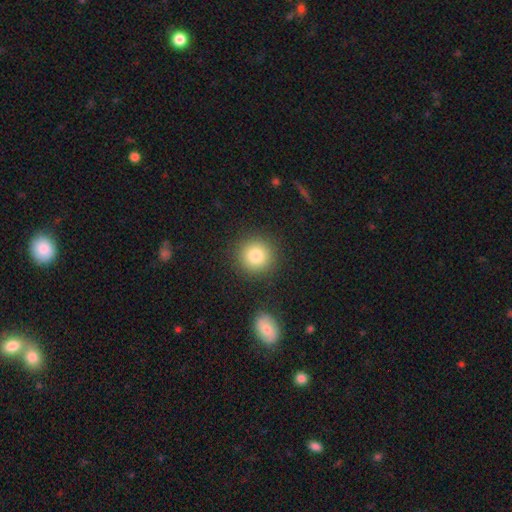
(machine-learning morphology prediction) This is clearly a smooth galaxy (82%). How rounded: clearly round (94%). Merging: clearly none (89%).